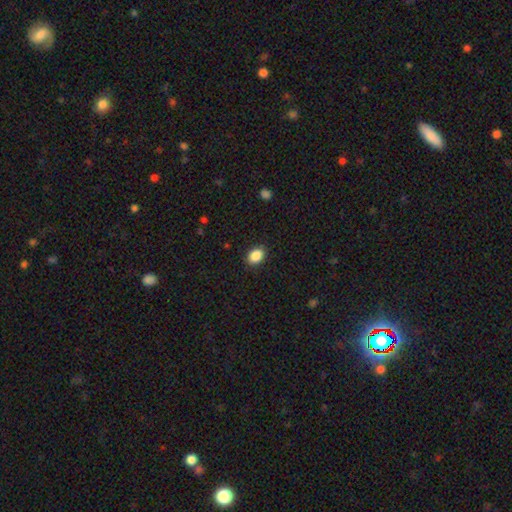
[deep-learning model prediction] Smooth or featured? Predicted: smooth (p=0.88). How rounded? Predicted: in between (p=0.71). Merging? Predicted: none (p=0.89).